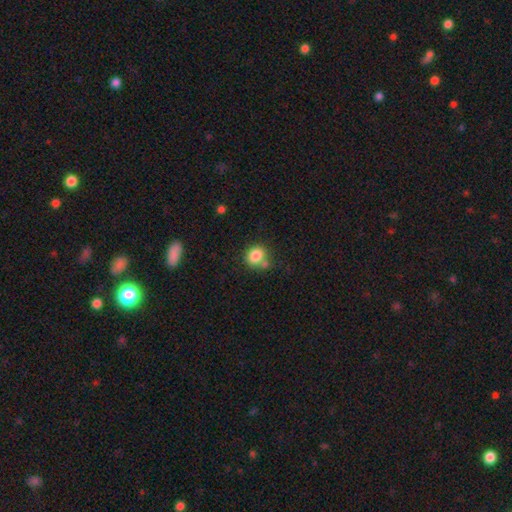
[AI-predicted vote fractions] A smooth galaxy with no disk features (83%) that is round (68%).

Vote fractions:
- Smooth or featured? smooth: 83% / star or artifact: 10% / featured or disk: 7%
- How rounded? round: 68% / in between: 31% / cigar-shaped: 1%
- Merging? none: 61% / merger: 19% / minor disturbance: 15% / major disturbance: 5%